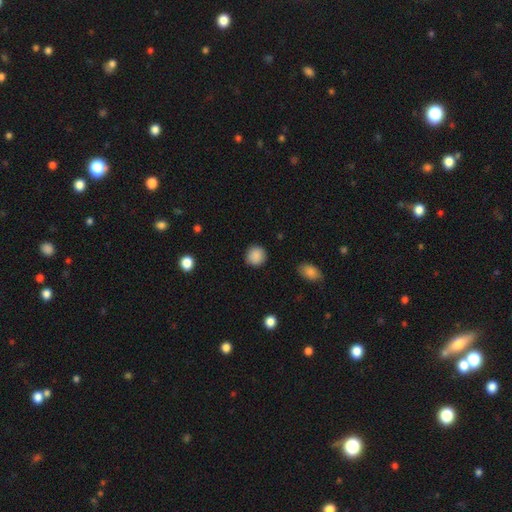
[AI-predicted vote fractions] Overall: smooth (89%). How rounded: round (91%). Merging: none (89%).